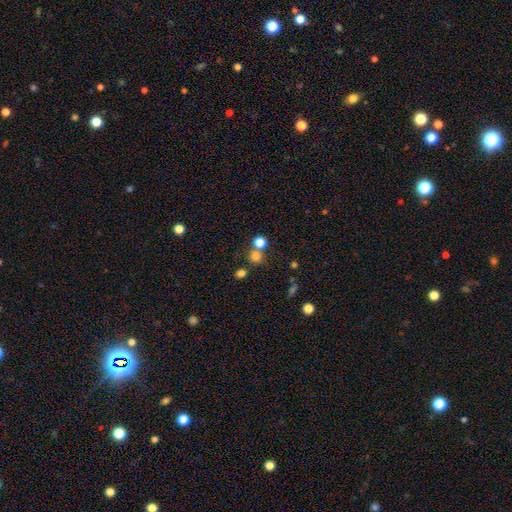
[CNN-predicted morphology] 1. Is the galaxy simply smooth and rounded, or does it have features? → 74% smooth, 19% star or artifact, 7% featured or disk.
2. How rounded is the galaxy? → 89% round, 10% in between, 1% cigar-shaped.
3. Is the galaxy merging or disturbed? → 65% none, 25% merger, 7% minor disturbance, 3% major disturbance.